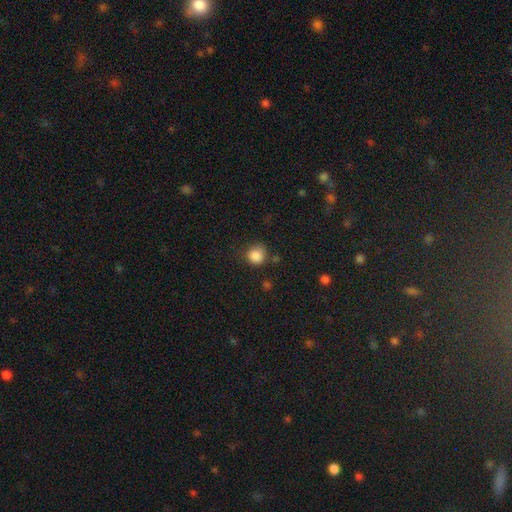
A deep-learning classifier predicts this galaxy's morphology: Q: Smooth or featured?
A: smooth (86%); runner-up: star or artifact (10%)
Q: How rounded?
A: round (85%); runner-up: in between (14%)
Q: Merging?
A: none (66%); runner-up: minor disturbance (23%)